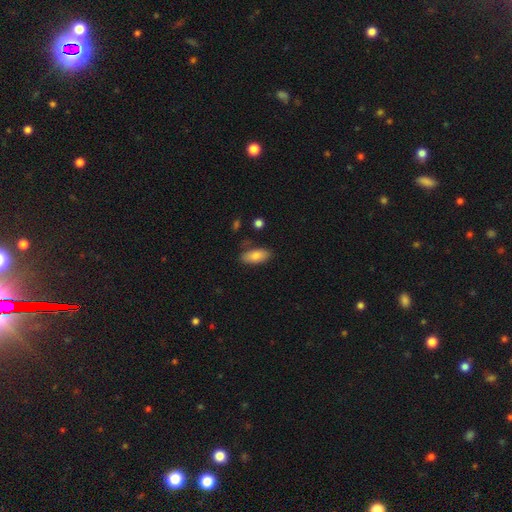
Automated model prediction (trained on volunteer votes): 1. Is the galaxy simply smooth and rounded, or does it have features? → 84% smooth, 9% featured or disk, 7% star or artifact.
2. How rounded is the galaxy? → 88% in between, 9% cigar-shaped, 2% round.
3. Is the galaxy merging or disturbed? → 78% none, 15% minor disturbance, 3% major disturbance, 3% merger.